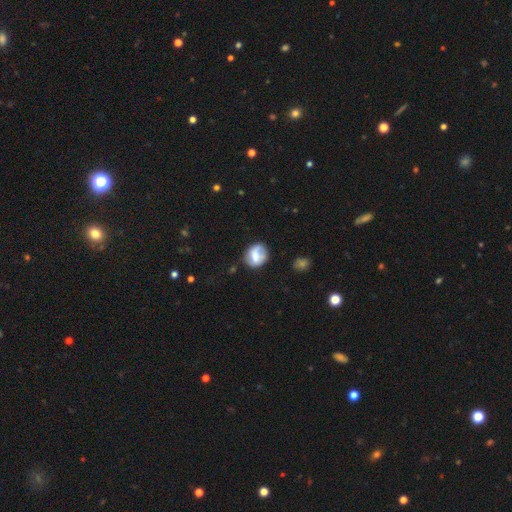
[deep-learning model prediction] A smooth galaxy with no disk features (61%) that is round (60%). Merging: none (65%).